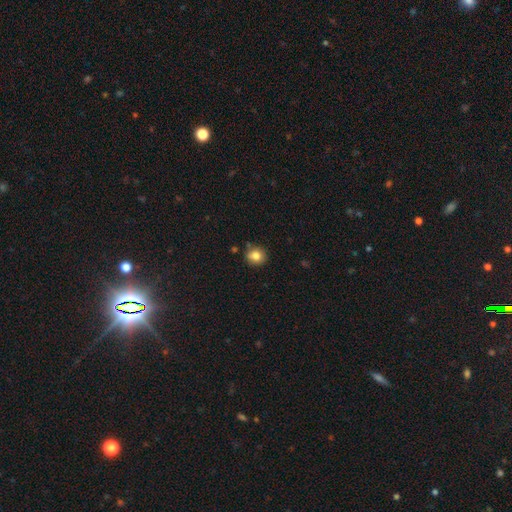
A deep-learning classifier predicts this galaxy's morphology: Smooth or featured: smooth — 82% (star or artifact — 10%)
How rounded: round — 83% (in between — 16%)
Merging: none — 82% (minor disturbance — 11%)